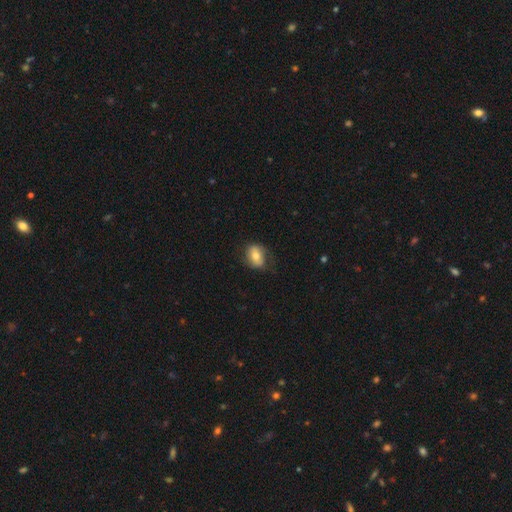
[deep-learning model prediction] This is likely a smooth galaxy (67%). How rounded: likely in between (67%). Merging: likely none (70%).